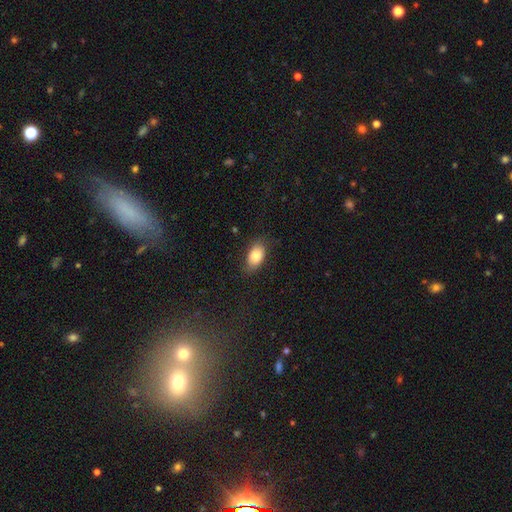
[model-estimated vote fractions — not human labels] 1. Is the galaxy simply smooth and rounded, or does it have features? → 82% smooth, 11% featured or disk, 7% star or artifact.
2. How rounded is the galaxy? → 90% in between, 7% round, 3% cigar-shaped.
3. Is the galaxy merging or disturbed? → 77% none, 17% minor disturbance, 4% major disturbance, 1% merger.